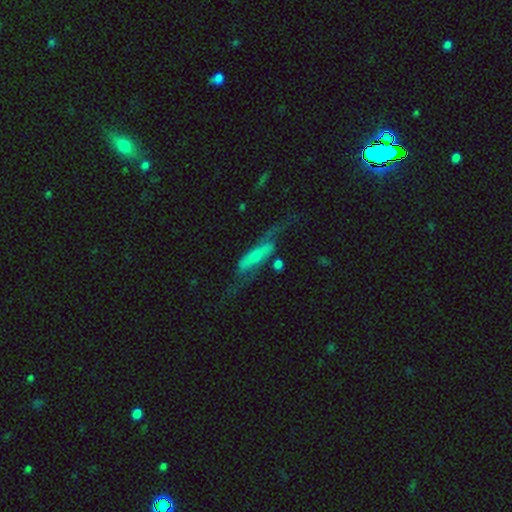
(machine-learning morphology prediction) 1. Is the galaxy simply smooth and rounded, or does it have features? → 68% featured or disk, 26% smooth, 7% star or artifact.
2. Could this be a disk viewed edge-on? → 73% no, 27% yes.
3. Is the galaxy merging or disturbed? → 47% none, 25% major disturbance, 21% minor disturbance, 6% merger.